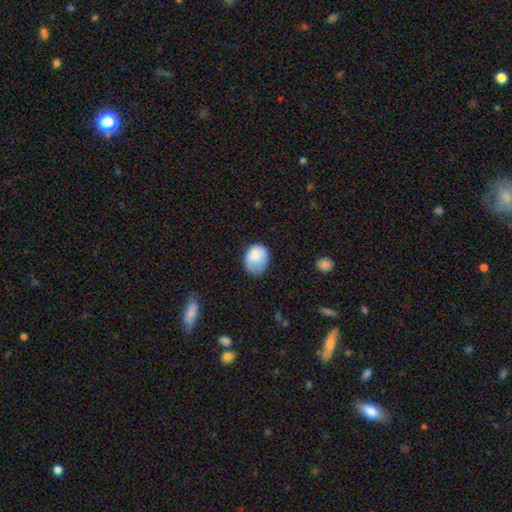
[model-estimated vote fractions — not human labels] smooth-or-featured: smooth: 84% | featured or disk: 8% | star or artifact: 7%
  how-rounded: in between: 57% | round: 42% | cigar-shaped: 1%
  merging: none: 54% | minor disturbance: 34% | major disturbance: 10% | merger: 2%